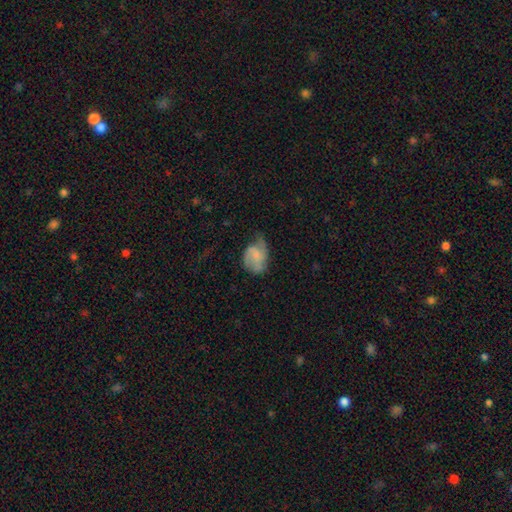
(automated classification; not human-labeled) This appears to be a featured or disk galaxy (48%). Merging: none (37%).